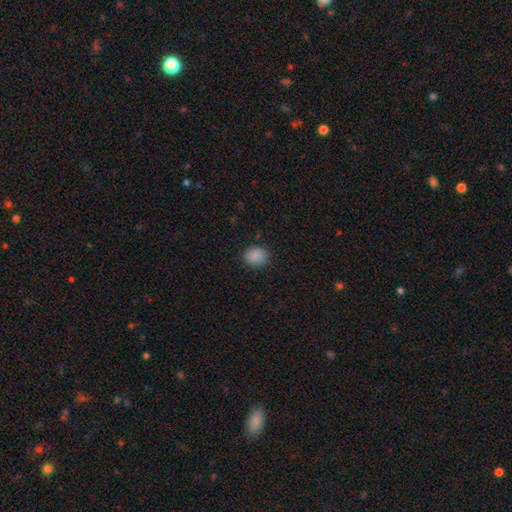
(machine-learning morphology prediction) Smooth or featured? smooth (87%)
How rounded? round (62%)
Merging? none (86%)